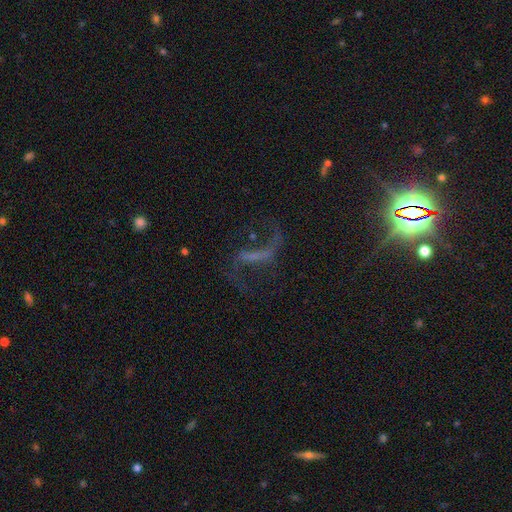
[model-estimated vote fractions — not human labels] A featured or disk galaxy (67%) with a strong bar (51%), spiral arms (79%) and no central bulge (66%).

Vote fractions:
- Smooth or featured? featured or disk: 67% / star or artifact: 20% / smooth: 13%
- Edge-on disk? no: 90% / yes: 10%
- Bar? strong: 51% / weak: 26% / no: 23%
- Spiral arms? yes: 79% / no: 21%
- Bulge size? none: 66% / small: 21% / moderate: 9% / large: 3% / dominant: 2%
- Merging? none: 55% / major disturbance: 27% / minor disturbance: 14% / merger: 5%